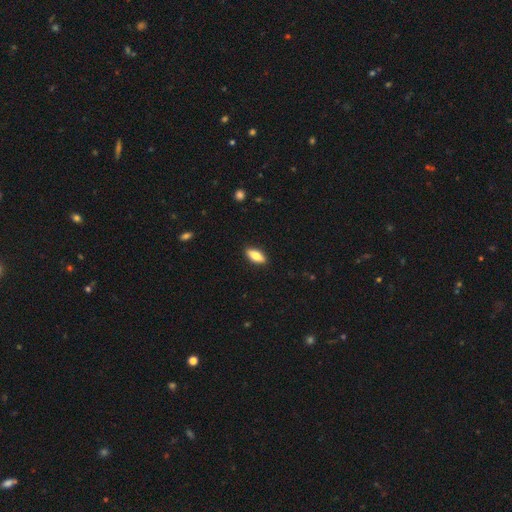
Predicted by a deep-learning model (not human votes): This appears to be a smooth galaxy with no disk features (73%) that is in between round and cigar-shaped (78%). Merging: none (90%).